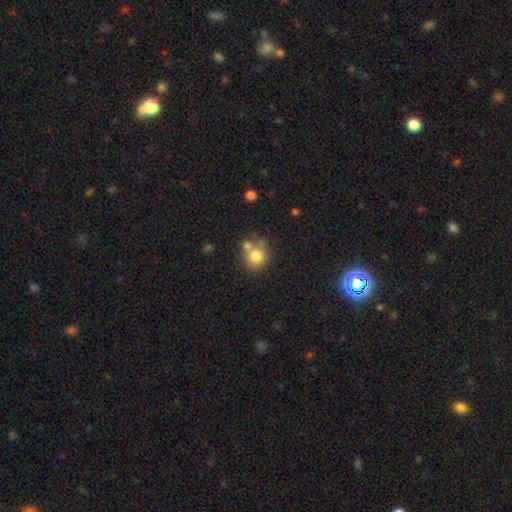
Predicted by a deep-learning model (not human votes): smooth-or-featured: smooth: 76% | featured or disk: 12% | star or artifact: 11%
  how-rounded: round: 84% | in between: 15% | cigar-shaped: 1%
  merging: none: 56% | merger: 27% | minor disturbance: 13% | major disturbance: 5%